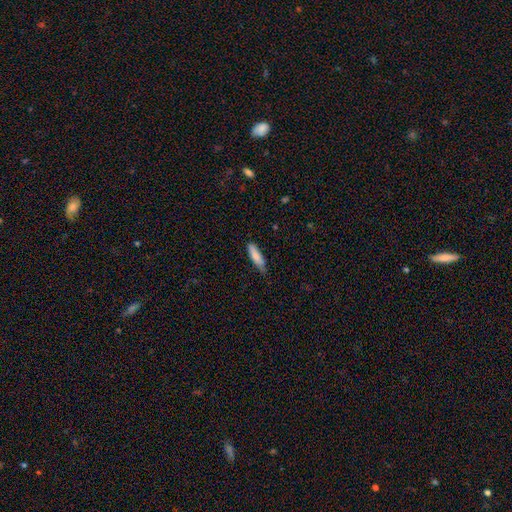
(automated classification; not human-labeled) Overall: smooth (84%). How rounded: cigar-shaped (67%; in between 31%). Merging: none (68%).